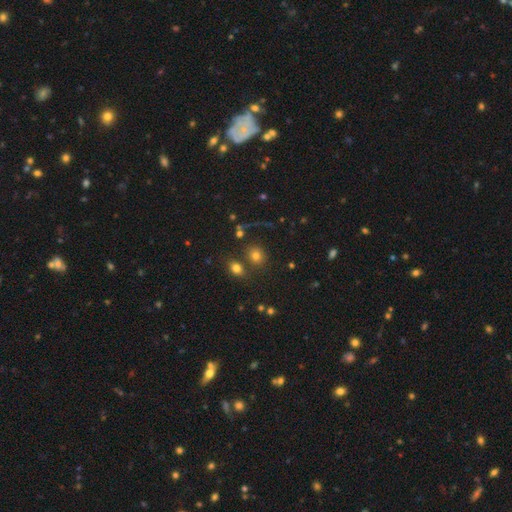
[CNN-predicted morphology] smooth 74%, star or artifact 16%, featured or disk 10%. Down the decision tree: how rounded — round (71%); merging — none (70%).